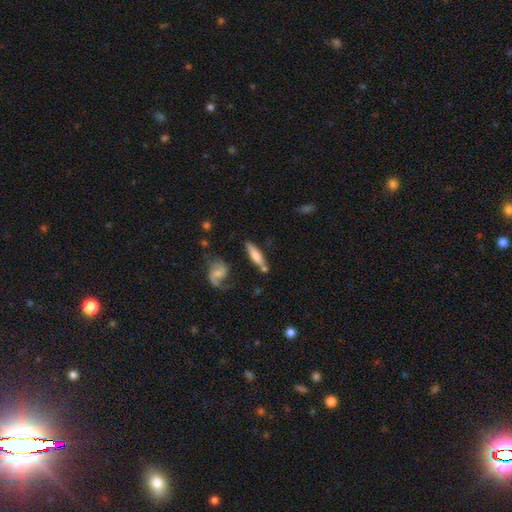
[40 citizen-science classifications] This is likely a smooth galaxy (62%). How rounded: likely cigar-shaped (76%). Merging: likely none (65%).